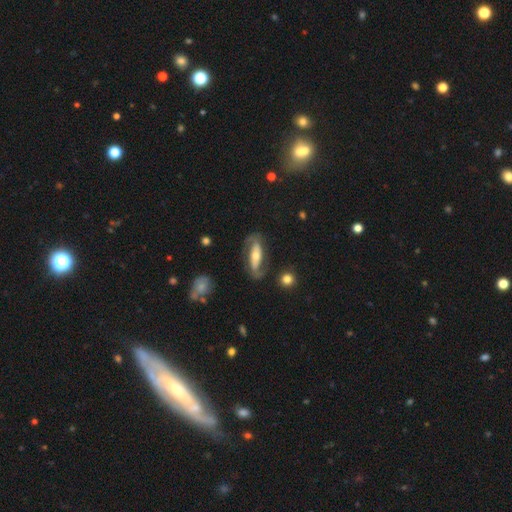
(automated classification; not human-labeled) Smooth or featured? Predicted: featured or disk (p=0.69). Edge-on disk? Predicted: no (p=0.82). Bar? Predicted: strong (p=0.43). Spiral arms? Predicted: yes (p=0.82). Bulge size? Predicted: moderate (p=0.54). Merging? Predicted: none (p=0.69).